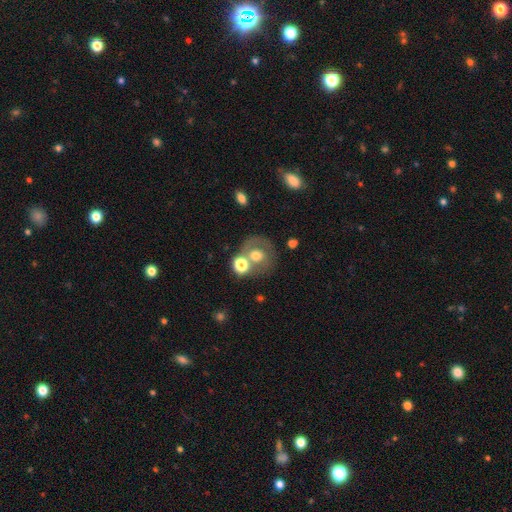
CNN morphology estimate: smooth-or-featured: smooth: 52% | featured or disk: 37% | star or artifact: 11%
  how-rounded: round: 76% | in between: 23% | cigar-shaped: 1%
  merging: none: 47% | merger: 31% | minor disturbance: 13% | major disturbance: 9%